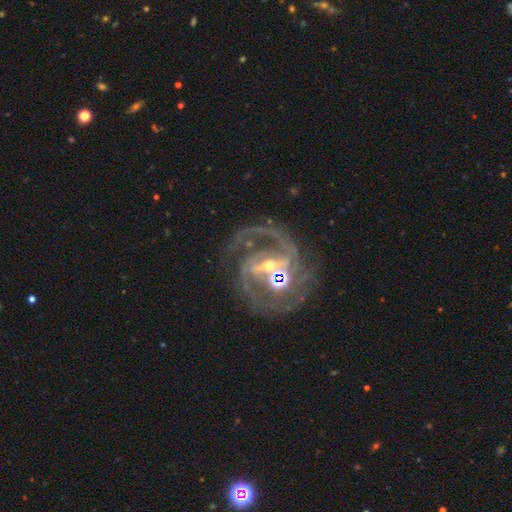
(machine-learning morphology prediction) featured or disk 88%, star or artifact 7%, smooth 4%. Down the decision tree: edge-on disk — no (98%); bar — weak (42%); spiral arms — yes (95%); spiral arm count — 2 (67%); spiral winding — medium (50%); bulge size — small (50%); merging — none (55%).